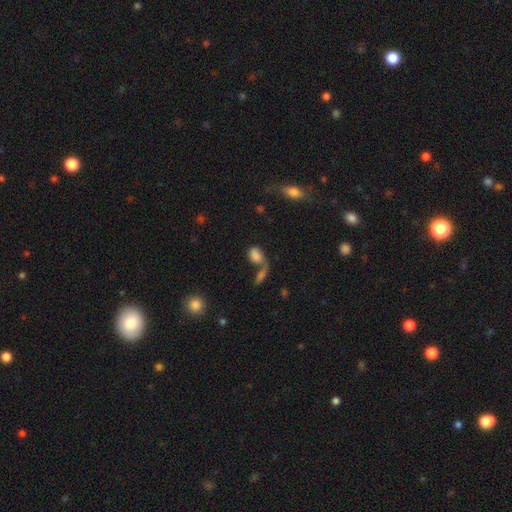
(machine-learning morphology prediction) Smooth or featured? Predicted: smooth (p=0.72). How rounded? Predicted: in between (p=0.83). Merging? Predicted: merger (p=0.53).